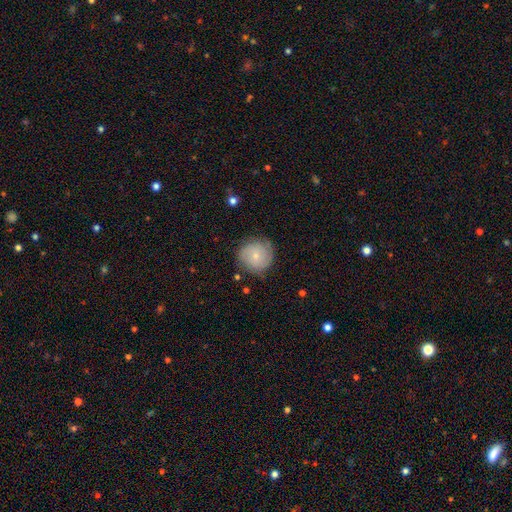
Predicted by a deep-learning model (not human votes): Morphology: type=smooth (61%); roundness=round (93%); merging=none (75%).